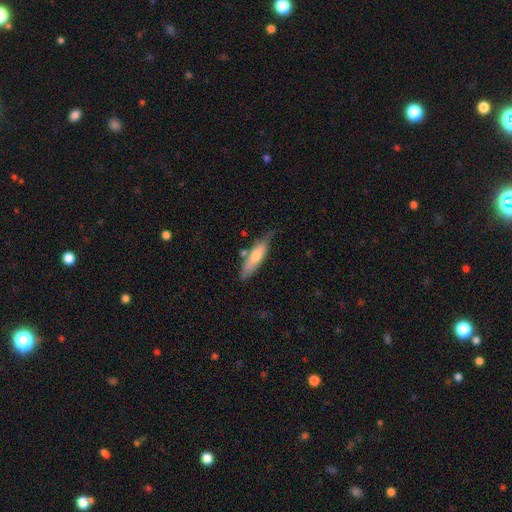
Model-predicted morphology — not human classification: type=smooth (58%); roundness=cigar-shaped (71%); merging=none (65%).